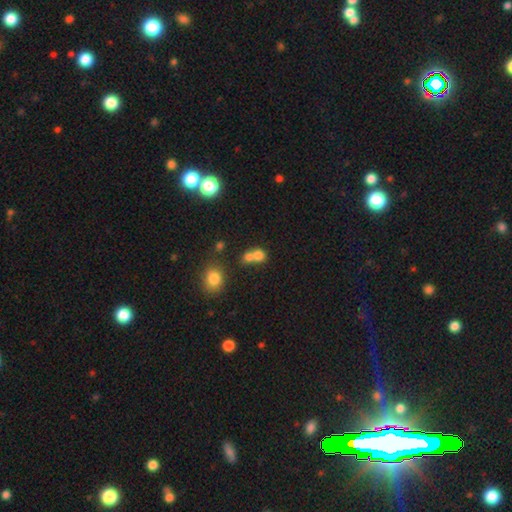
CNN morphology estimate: smooth-or-featured: smooth: 75% | star or artifact: 13% | featured or disk: 12%
  how-rounded: round: 68% | in between: 30% | cigar-shaped: 1%
  merging: merger: 59% | none: 30% | minor disturbance: 6% | major disturbance: 4%